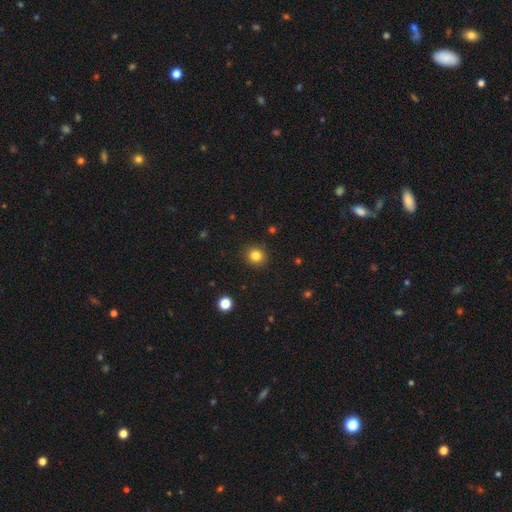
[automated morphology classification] Smooth or featured? smooth (83%)
How rounded? round (90%)
Merging? none (91%)